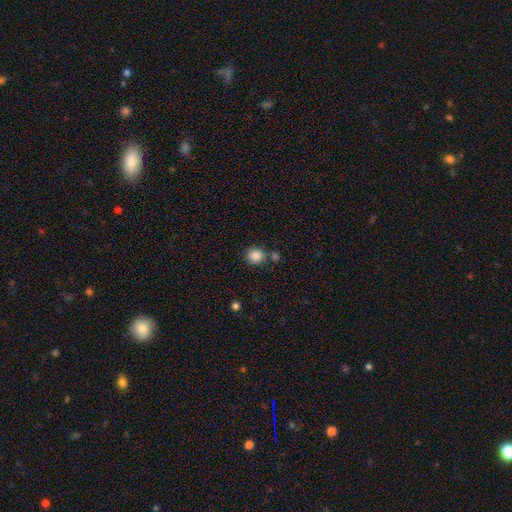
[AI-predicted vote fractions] A smooth galaxy with no disk features (87%) that is round (81%).

Vote fractions:
- Smooth or featured? smooth: 87% / star or artifact: 9% / featured or disk: 4%
- How rounded? round: 81% / in between: 18% / cigar-shaped: 1%
- Merging? none: 72% / merger: 13% / minor disturbance: 12% / major disturbance: 3%